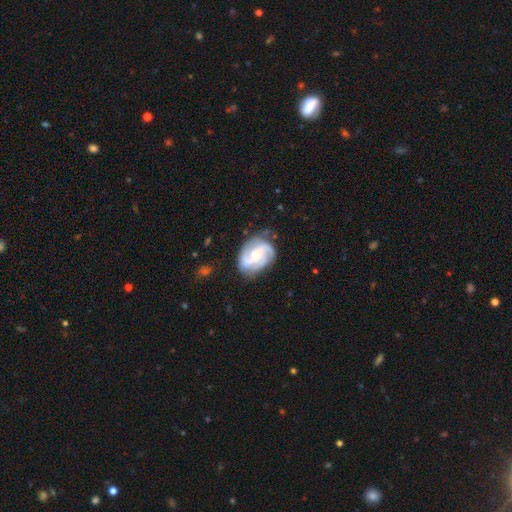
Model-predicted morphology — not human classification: type=featured or disk (85%); edge-on=no (98%); bar=no (57%); spiral arms=yes (97%); winding=medium (47%); arm count=3 (49%); bulge=moderate (47%); merging=none (69%).